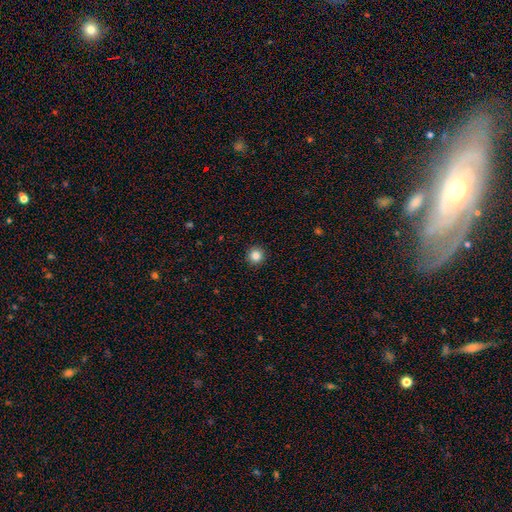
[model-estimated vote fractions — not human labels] smooth_or_featured: smooth (p=0.84) [alt: star or artifact p=0.11]
how_rounded: round (p=0.95) [alt: in between p=0.04]
merging: none (p=0.93) [alt: minor disturbance p=0.05]